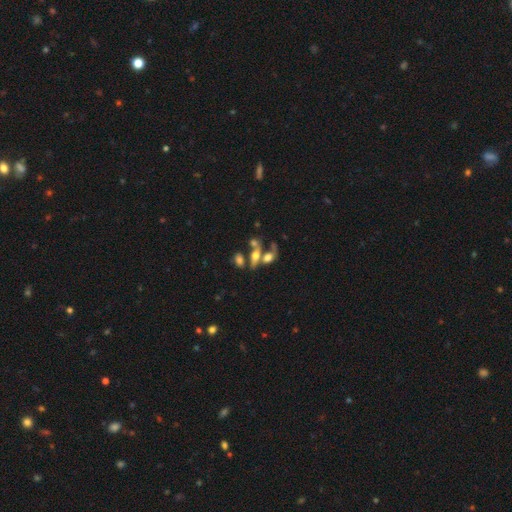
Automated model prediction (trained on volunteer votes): Smooth or featured: smooth — 48% (featured or disk — 38%)
Merging: merger — 50% (none — 28%)